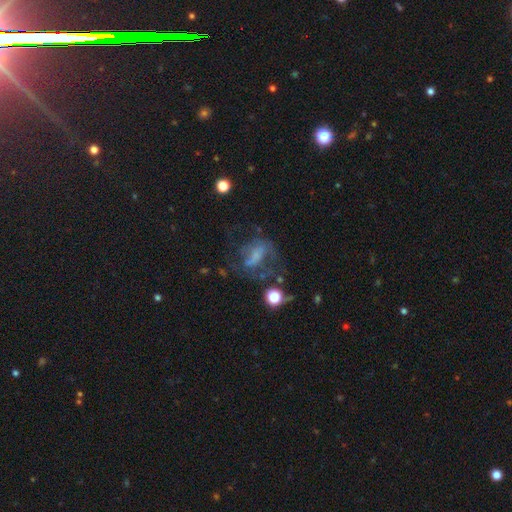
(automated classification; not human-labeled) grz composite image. It shows a featured or disk galaxy (51%). Merging: none (38%).